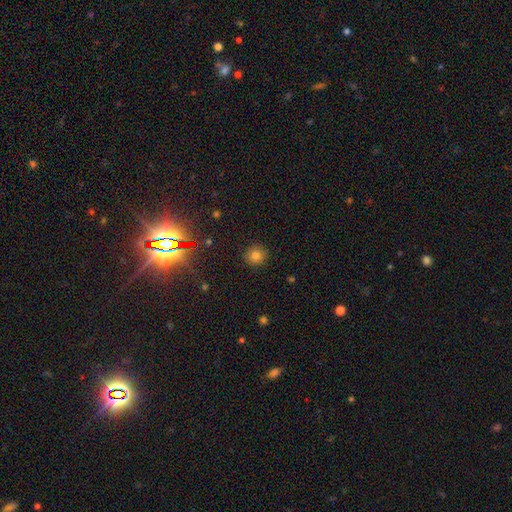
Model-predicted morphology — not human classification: This appears to be a smooth galaxy with no disk features (76%) that is round (91%). Merging: none (90%).